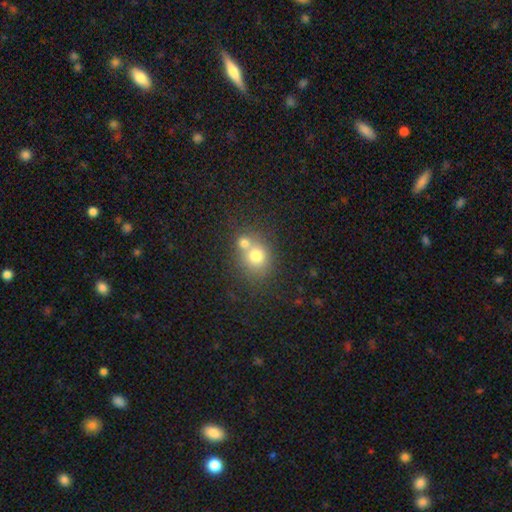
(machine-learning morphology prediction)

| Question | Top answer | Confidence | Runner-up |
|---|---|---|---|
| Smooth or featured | smooth | 73% | featured or disk (14%) |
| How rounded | round | 79% | in between (20%) |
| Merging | merger | 49% | none (40%) |